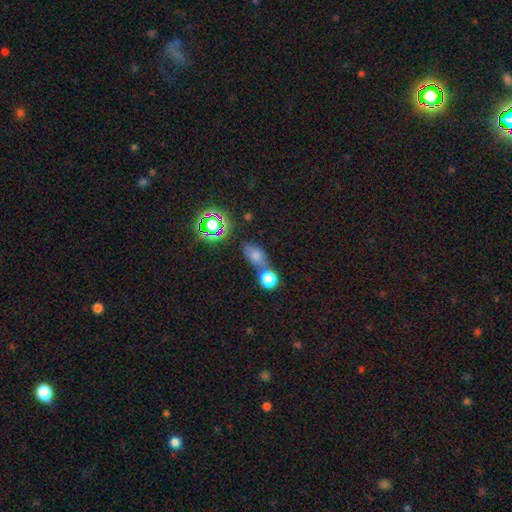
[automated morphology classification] Smooth or featured: smooth — 66% (star or artifact — 22%)
How rounded: in between — 69% (round — 26%)
Merging: none — 44% (merger — 36%)